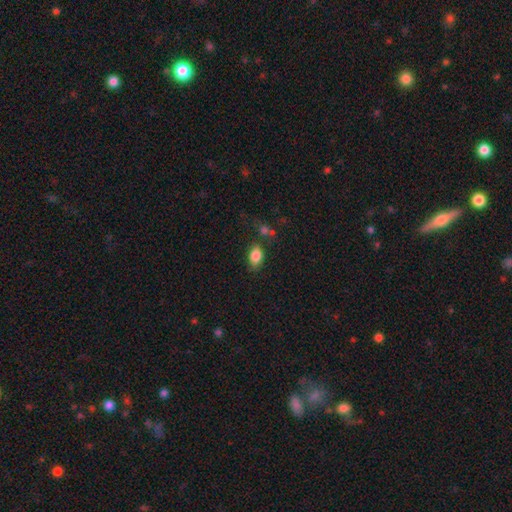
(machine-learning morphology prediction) Q: Smooth or featured?
A: smooth (85%); runner-up: star or artifact (9%)
Q: How rounded?
A: in between (83%); runner-up: round (15%)
Q: Merging?
A: none (68%); runner-up: minor disturbance (18%)